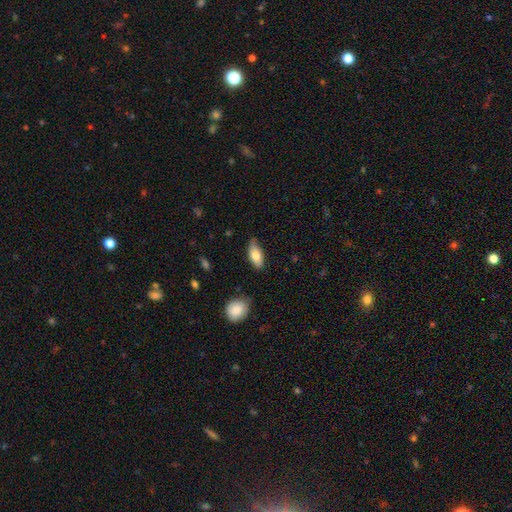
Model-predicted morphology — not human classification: The model was most divided on "merging": none: 68%, minor disturbance: 26%, major disturbance: 4%, merger: 2%. More confident: how rounded — in between (83%); smooth or featured — smooth (75%).